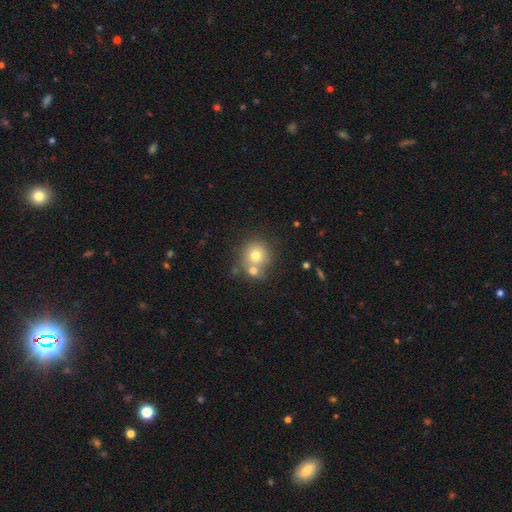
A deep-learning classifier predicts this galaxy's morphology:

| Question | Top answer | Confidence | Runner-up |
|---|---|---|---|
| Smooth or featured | smooth | 73% | featured or disk (16%) |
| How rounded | round | 89% | in between (10%) |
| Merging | none | 50% | merger (39%) |